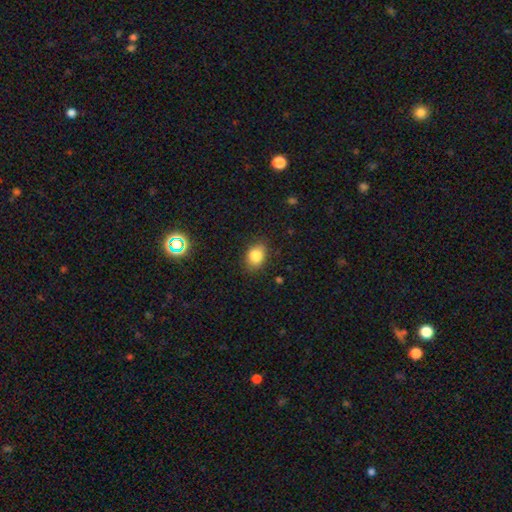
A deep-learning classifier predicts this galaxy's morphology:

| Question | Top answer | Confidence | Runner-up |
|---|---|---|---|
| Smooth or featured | smooth | 83% | star or artifact (10%) |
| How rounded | in between | 68% | round (31%) |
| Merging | none | 80% | minor disturbance (15%) |